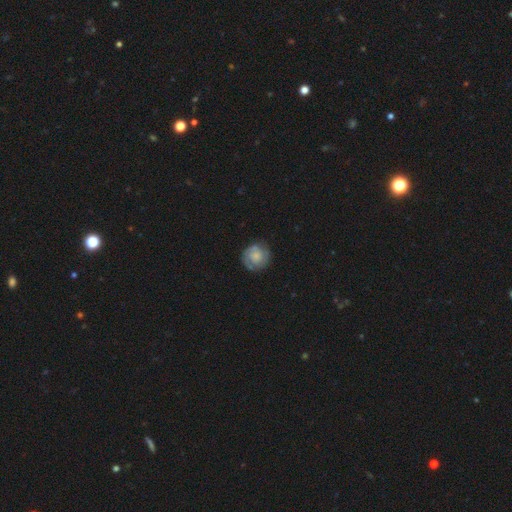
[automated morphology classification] type=featured or disk (48%); merging=none (75%).